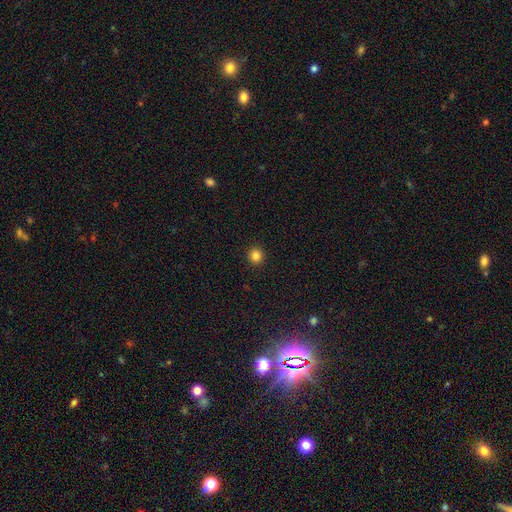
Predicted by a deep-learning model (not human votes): smooth_or_featured: smooth (p=0.84) [alt: star or artifact p=0.13]
how_rounded: round (p=0.94) [alt: in between p=0.05]
merging: none (p=0.93) [alt: minor disturbance p=0.04]